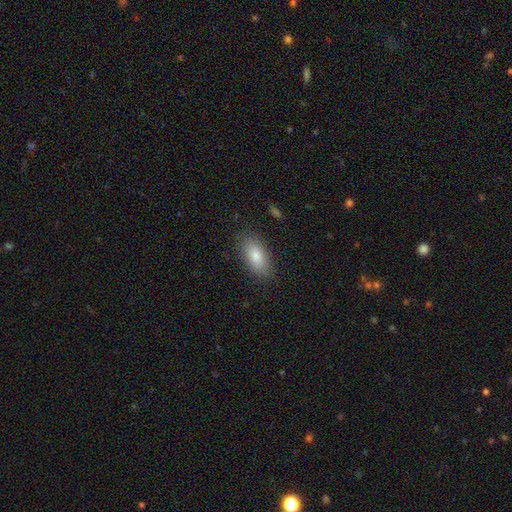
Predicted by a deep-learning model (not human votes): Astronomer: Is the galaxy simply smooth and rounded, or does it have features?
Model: smooth — 81%.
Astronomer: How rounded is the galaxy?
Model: in between — 88%.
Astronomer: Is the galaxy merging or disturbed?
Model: none — 87%.